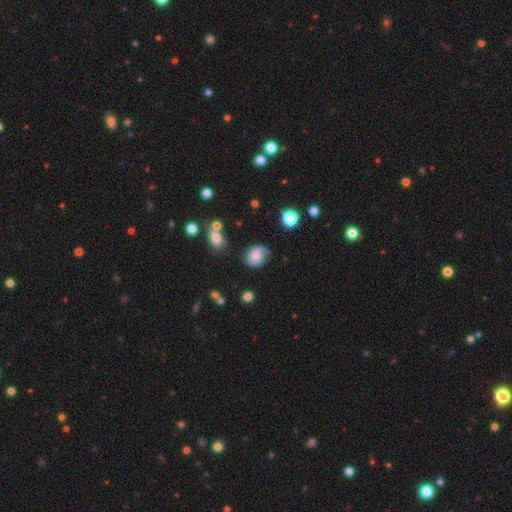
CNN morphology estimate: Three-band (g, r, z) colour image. It shows a featured or disk galaxy (46%). Merging: none (50%).